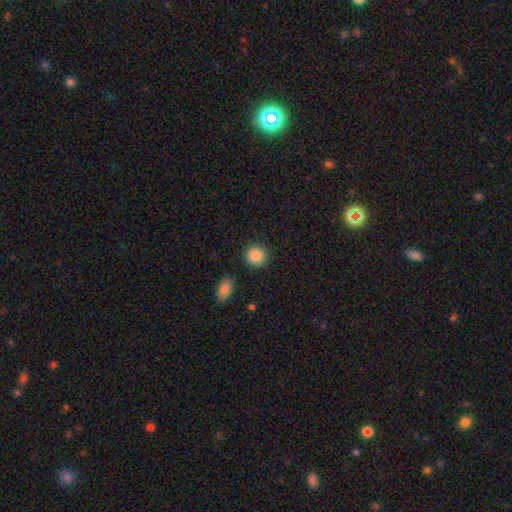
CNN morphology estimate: smooth_or_featured: smooth (p=0.89) [alt: star or artifact p=0.08]
how_rounded: round (p=0.86) [alt: in between p=0.13]
merging: none (p=0.89) [alt: minor disturbance p=0.07]